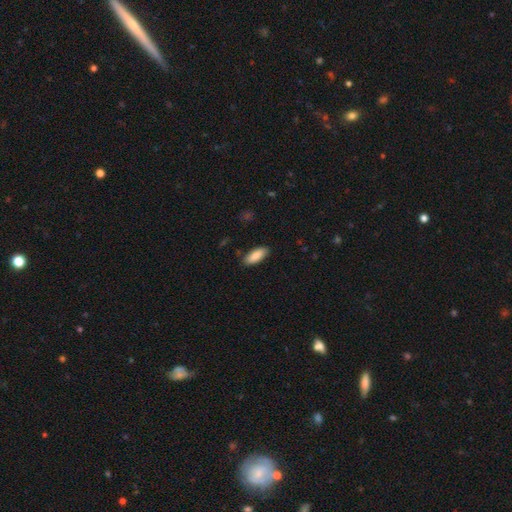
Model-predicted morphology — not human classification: smooth-or-featured: smooth: 87% | featured or disk: 7% | star or artifact: 6%
  how-rounded: in between: 78% | cigar-shaped: 21% | round: 2%
  merging: none: 86% | minor disturbance: 10% | major disturbance: 2% | merger: 1%